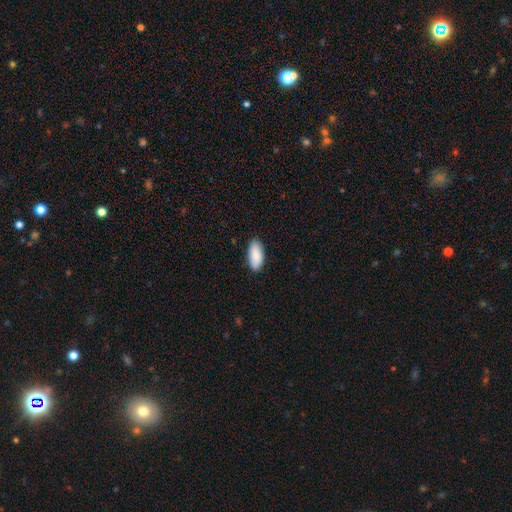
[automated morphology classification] Overall: smooth (88%). How rounded: in between (90%). Merging: none (87%).